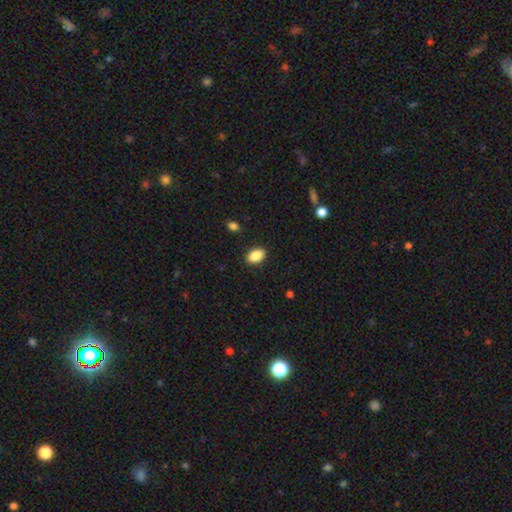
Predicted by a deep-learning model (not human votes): The model was most divided on "how rounded": in between: 90%, round: 9%, cigar-shaped: 2%. More confident: smooth or featured — smooth (89%); merging — none (89%).